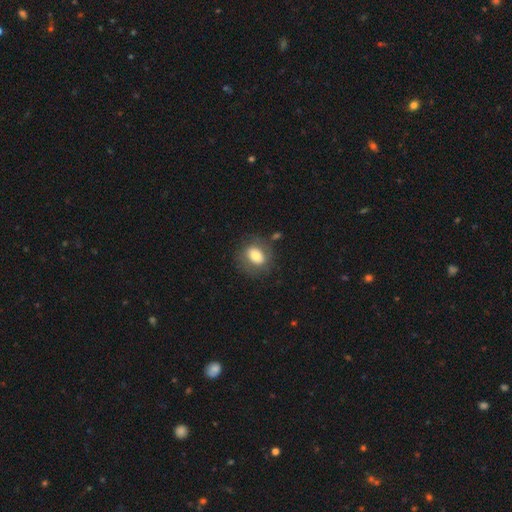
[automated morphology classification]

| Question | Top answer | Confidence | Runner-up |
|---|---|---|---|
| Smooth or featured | smooth | 70% | featured or disk (22%) |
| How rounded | in between | 58% | round (41%) |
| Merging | none | 73% | minor disturbance (16%) |